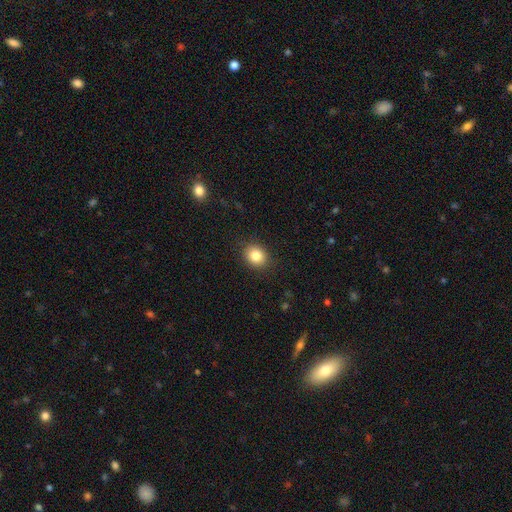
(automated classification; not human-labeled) smooth 83%, star or artifact 10%, featured or disk 7%. Down the decision tree: how rounded — round (65%); merging — none (89%).